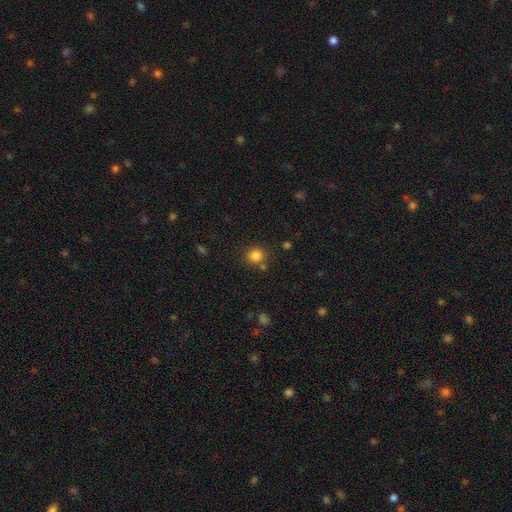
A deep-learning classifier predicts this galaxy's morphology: smooth-or-featured: smooth: 83% | star or artifact: 12% | featured or disk: 5%
  how-rounded: round: 87% | in between: 12% | cigar-shaped: 1%
  merging: none: 79% | minor disturbance: 9% | merger: 8% | major disturbance: 3%